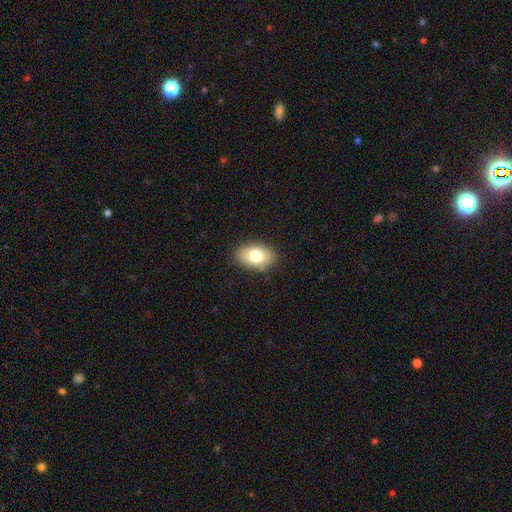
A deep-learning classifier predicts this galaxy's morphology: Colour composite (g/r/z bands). It shows a smooth galaxy with no disk features (77%) that is in between round and cigar-shaped (89%). Merging: none (86%).